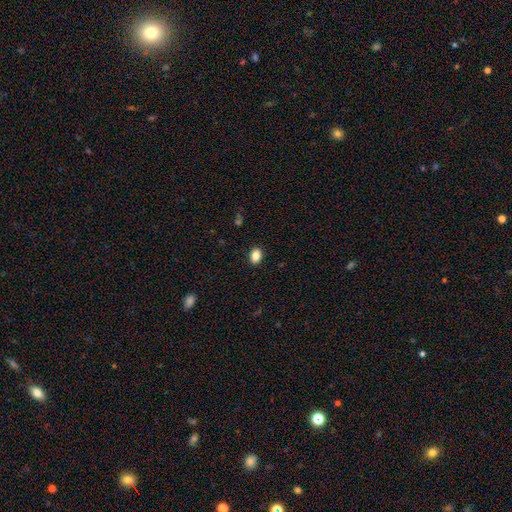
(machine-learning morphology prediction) Smooth or featured?
  - smooth: 86% *
  - star or artifact: 9%
  - featured or disk: 5%
How rounded?
  - in between: 72% *
  - round: 27%
  - cigar-shaped: 1%
Merging?
  - none: 90% *
  - minor disturbance: 7%
  - major disturbance: 2%
  - merger: 1%